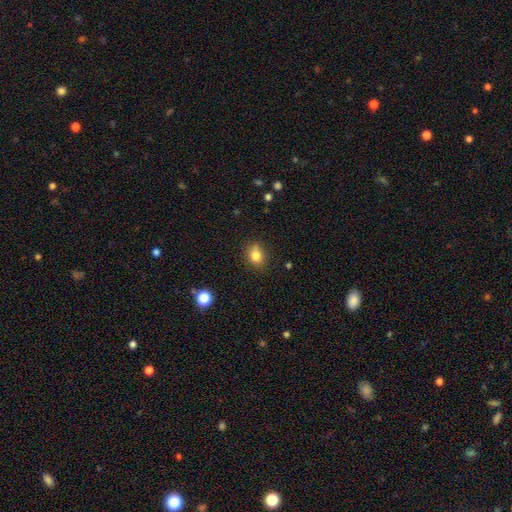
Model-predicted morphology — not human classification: Smooth or featured? smooth (82%)
How rounded? in between (50%)
Merging? none (82%)